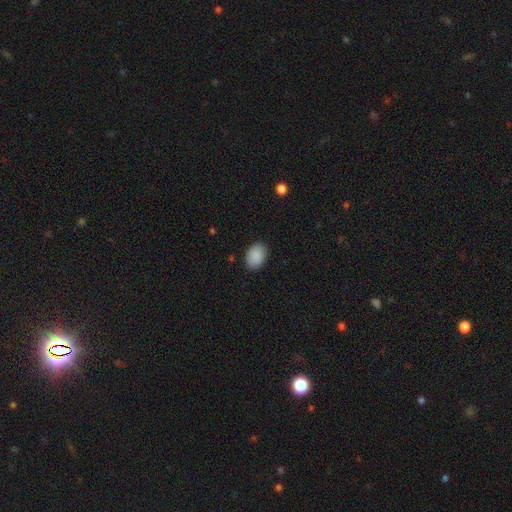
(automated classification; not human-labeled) smooth 90%, star or artifact 7%, featured or disk 3%. Down the decision tree: how rounded — in between (82%); merging — none (87%).